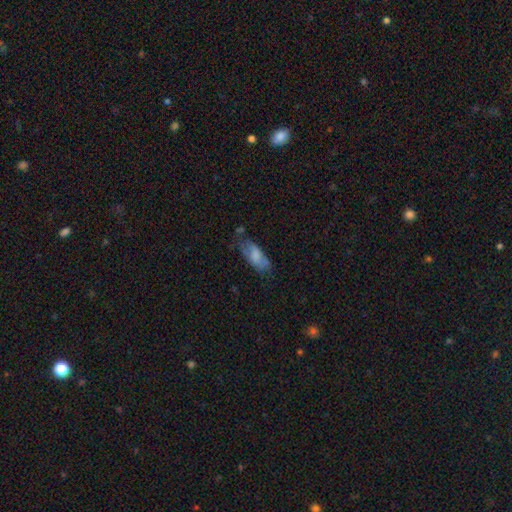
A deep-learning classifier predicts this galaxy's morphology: smooth_or_featured: smooth (p=0.67) [alt: featured or disk p=0.26]
how_rounded: in between (p=0.81) [alt: cigar-shaped p=0.17]
merging: none (p=0.48) [alt: minor disturbance p=0.31]